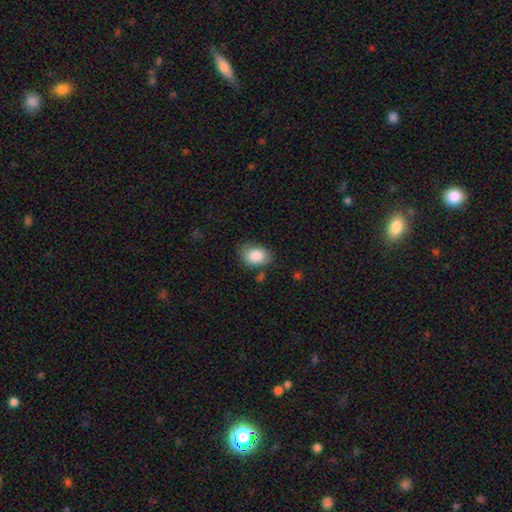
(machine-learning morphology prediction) This is clearly a smooth galaxy (87%). How rounded: clearly in between (80%). Merging: likely none (69%).